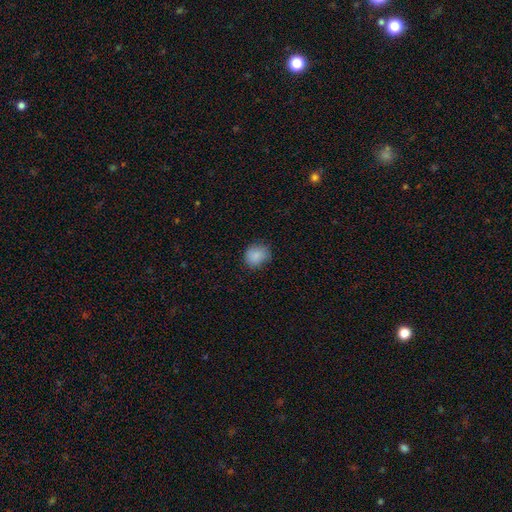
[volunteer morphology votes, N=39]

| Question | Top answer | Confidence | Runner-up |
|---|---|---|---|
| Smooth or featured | smooth | 87% | featured or disk (8%) |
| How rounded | round | 68% | in between (29%) |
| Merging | none | 78% | minor disturbance (19%) |